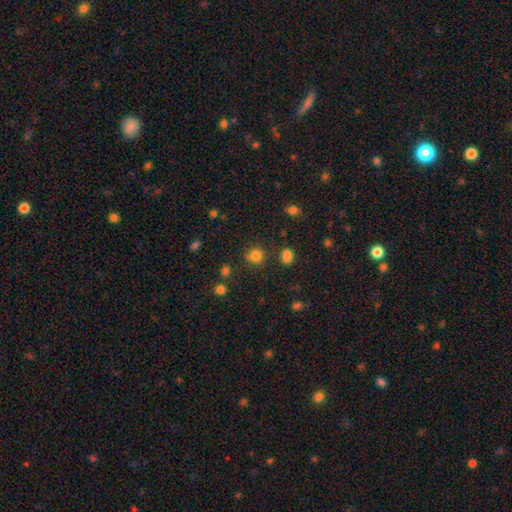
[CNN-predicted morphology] smooth_or_featured: smooth (p=0.80) [alt: star or artifact p=0.15]
how_rounded: round (p=0.88) [alt: in between p=0.11]
merging: none (p=0.78) [alt: minor disturbance p=0.11]